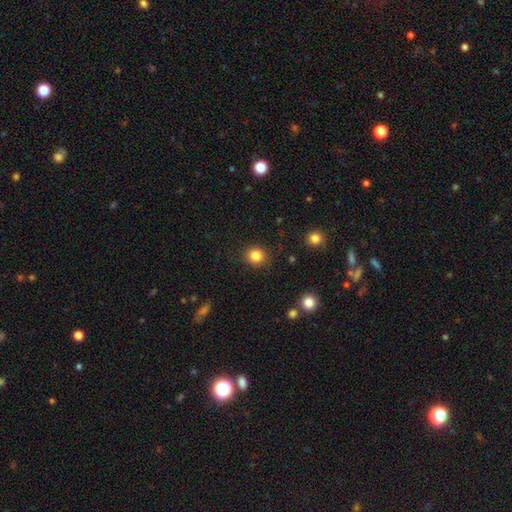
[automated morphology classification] A smooth galaxy with no disk features (84%) that is round (87%). Merging: none (89%).